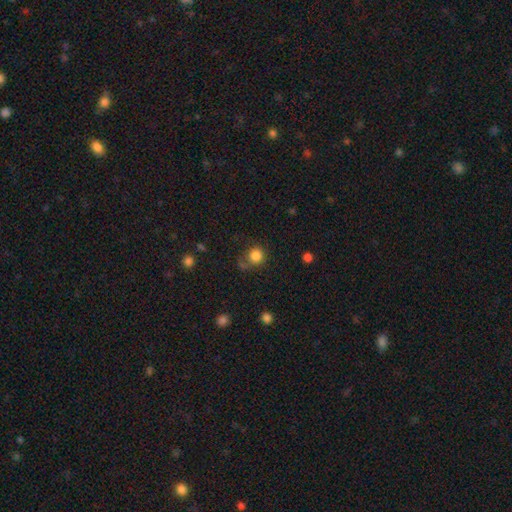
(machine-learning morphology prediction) A smooth galaxy with no disk features (83%) that is round (89%).

Vote fractions:
- Smooth or featured? smooth: 83% / star or artifact: 11% / featured or disk: 6%
- How rounded? round: 89% / in between: 11% / cigar-shaped: 1%
- Merging? none: 68% / minor disturbance: 17% / major disturbance: 8% / merger: 7%